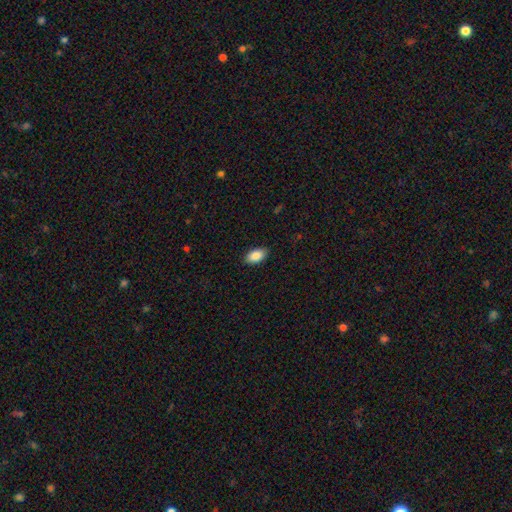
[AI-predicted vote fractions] Morphology: type=smooth (87%); roundness=in between (94%); merging=none (89%).